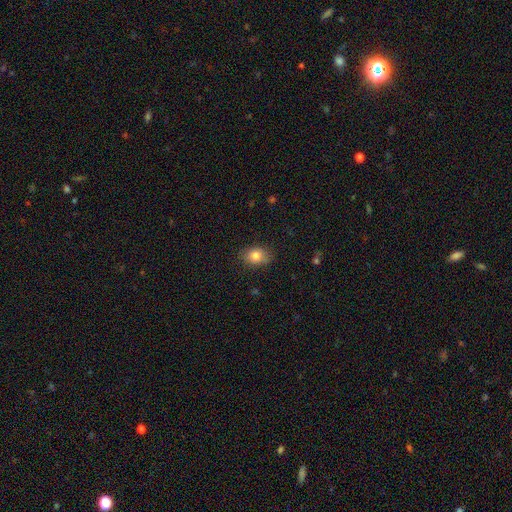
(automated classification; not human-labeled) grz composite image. It shows a smooth galaxy with no disk features (81%) that is in between round and cigar-shaped (65%). Merging: none (82%).